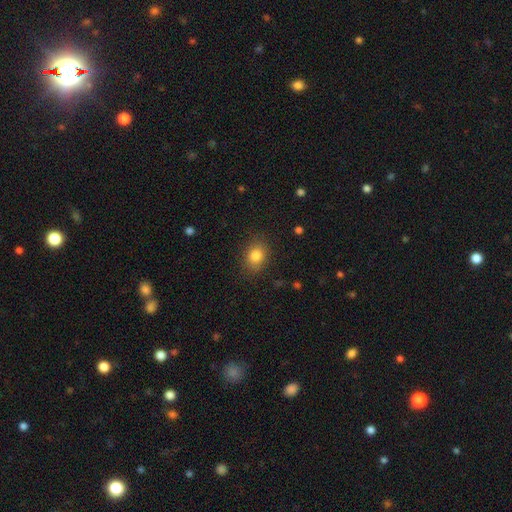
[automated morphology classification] smooth_or_featured: smooth (p=0.83) [alt: star or artifact p=0.10]
how_rounded: in between (p=0.61) [alt: round p=0.38]
merging: none (p=0.83) [alt: minor disturbance p=0.12]